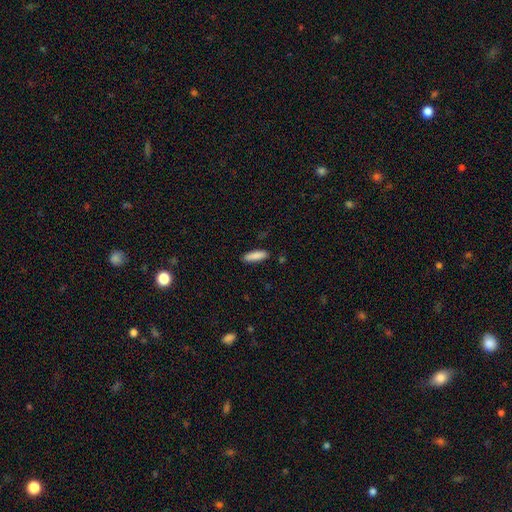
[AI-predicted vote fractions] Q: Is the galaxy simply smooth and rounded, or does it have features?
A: smooth — 87%.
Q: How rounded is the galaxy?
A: cigar-shaped — 59%.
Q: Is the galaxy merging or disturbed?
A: none — 87%.